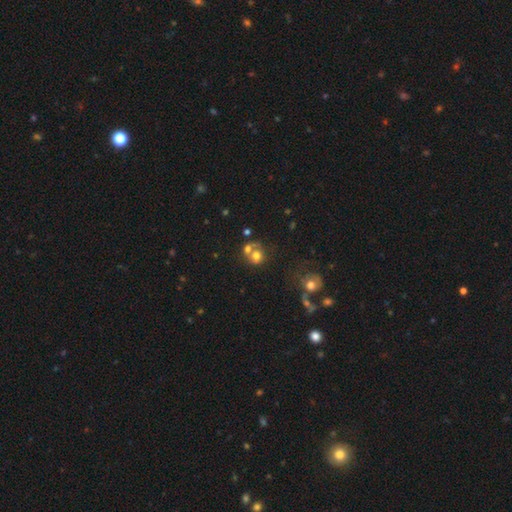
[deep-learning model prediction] Overall: smooth (64%). How rounded: round (76%). Merging: merger (48%; none 36%).